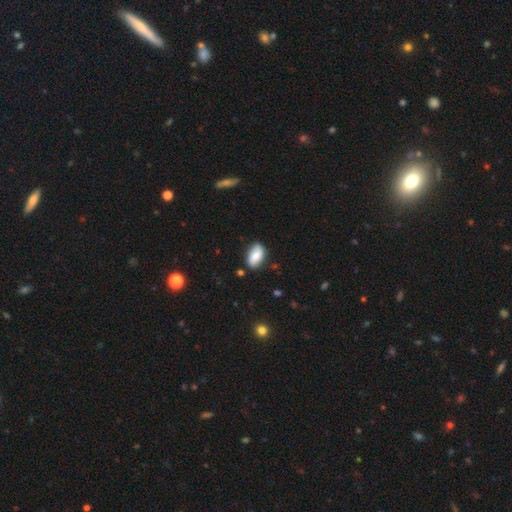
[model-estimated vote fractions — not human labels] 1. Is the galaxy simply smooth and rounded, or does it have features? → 74% smooth, 19% featured or disk, 7% star or artifact.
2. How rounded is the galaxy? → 92% in between, 5% round, 3% cigar-shaped.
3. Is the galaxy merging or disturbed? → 80% none, 16% minor disturbance, 3% major disturbance, 2% merger.